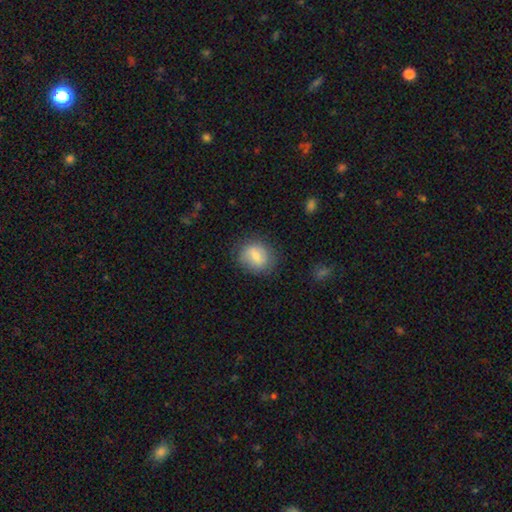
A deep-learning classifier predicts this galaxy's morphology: This appears to be a smooth galaxy with no disk features (65%) that is round (67%). Merging: none (78%).